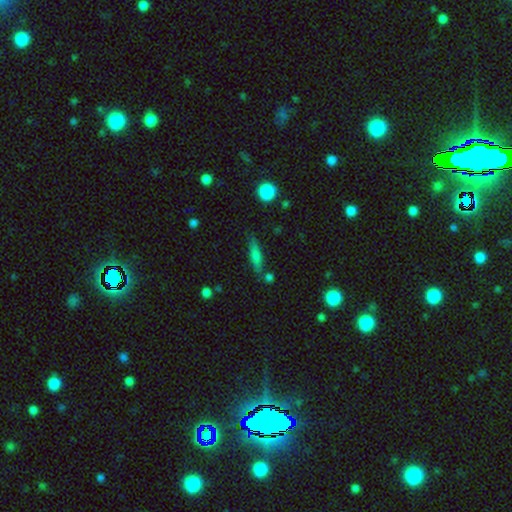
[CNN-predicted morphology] A smooth galaxy with no disk features (67%) that is cigar-shaped (80%). Merging: none (76%).